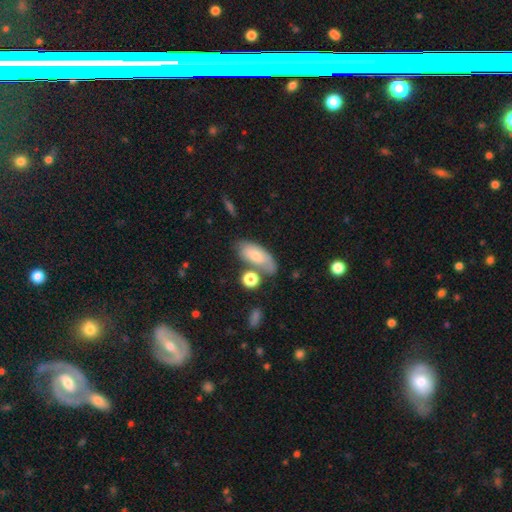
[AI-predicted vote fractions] Smooth or featured?
  - smooth: 69% *
  - featured or disk: 24%
  - star or artifact: 7%
How rounded?
  - in between: 86% *
  - cigar-shaped: 10%
  - round: 4%
Merging?
  - none: 50% *
  - minor disturbance: 23%
  - merger: 17%
  - major disturbance: 10%